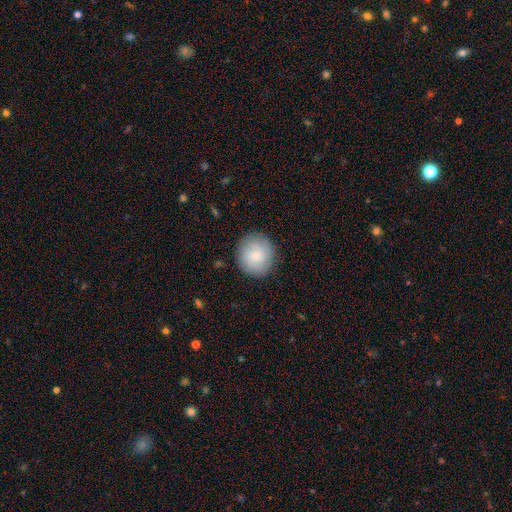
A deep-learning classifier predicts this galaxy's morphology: This is likely a smooth galaxy (78%). How rounded: clearly round (90%). Merging: clearly none (87%).